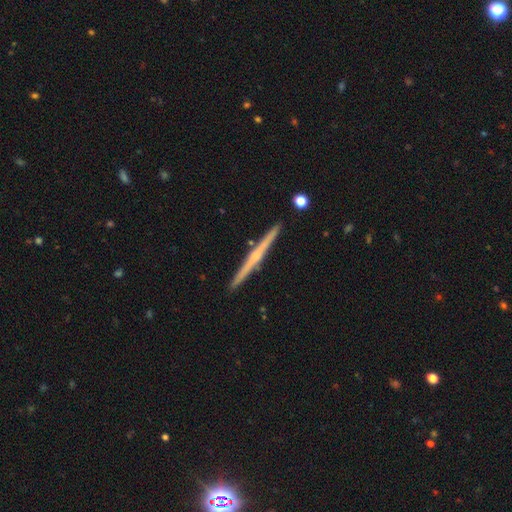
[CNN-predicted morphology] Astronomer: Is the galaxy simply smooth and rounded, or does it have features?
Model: featured or disk — 74%.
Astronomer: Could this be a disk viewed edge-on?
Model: yes — 98%.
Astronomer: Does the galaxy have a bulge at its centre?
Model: rounded — 63%.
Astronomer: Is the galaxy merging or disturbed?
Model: none — 92%.